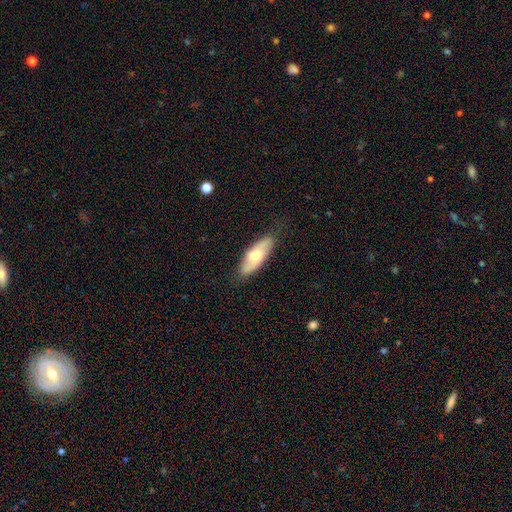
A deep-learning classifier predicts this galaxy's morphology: This is likely a smooth galaxy (60%). How rounded: likely in between (68%). Merging: clearly none (80%).